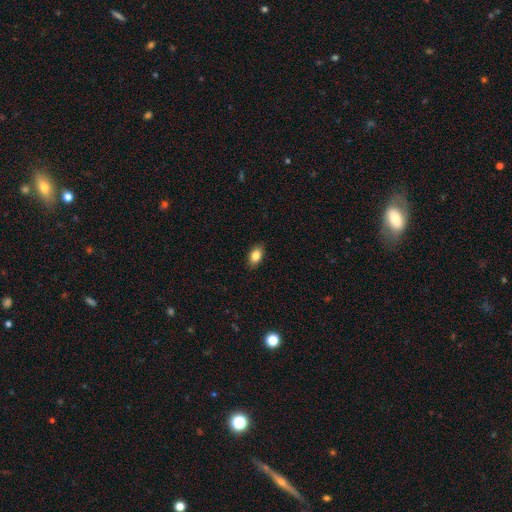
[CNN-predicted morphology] type=smooth (84%); roundness=in between (87%); merging=none (88%).